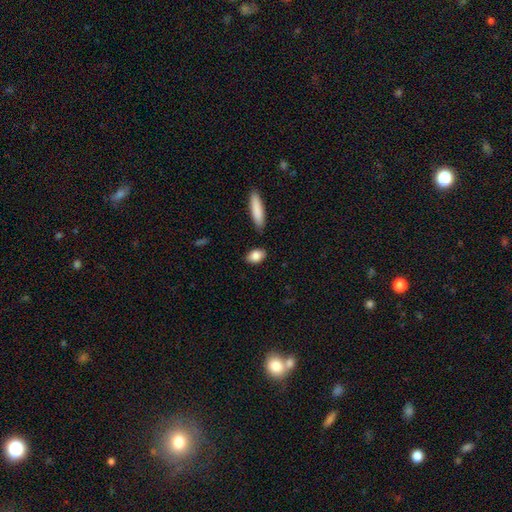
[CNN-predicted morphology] Q: Smooth or featured?
A: smooth (85%); runner-up: featured or disk (8%)
Q: How rounded?
A: in between (85%); runner-up: round (10%)
Q: Merging?
A: none (82%); runner-up: minor disturbance (11%)